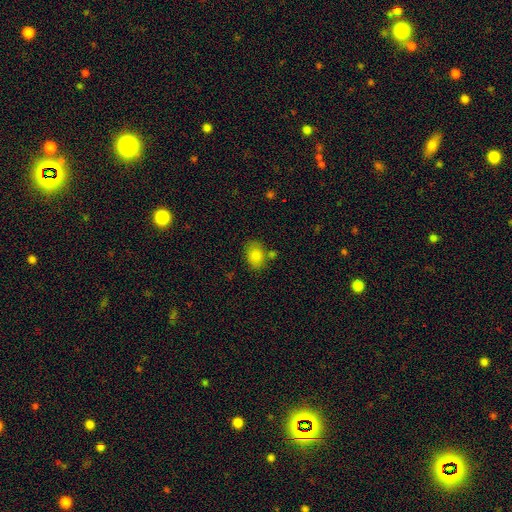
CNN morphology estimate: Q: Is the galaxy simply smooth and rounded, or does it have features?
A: smooth — 85%.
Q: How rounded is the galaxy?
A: in between — 69%.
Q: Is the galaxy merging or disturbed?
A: none — 66%.